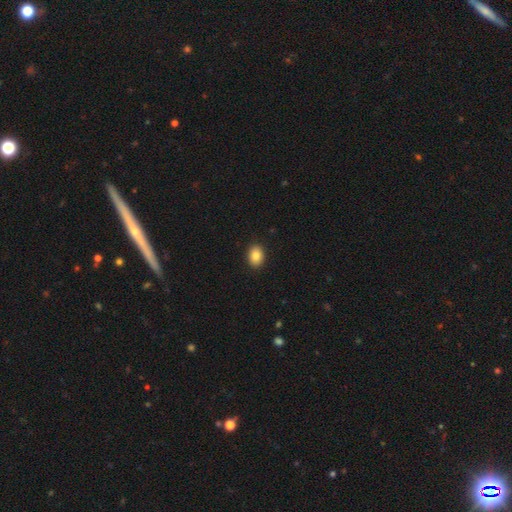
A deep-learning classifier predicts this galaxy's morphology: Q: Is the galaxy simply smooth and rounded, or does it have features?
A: smooth — 86%.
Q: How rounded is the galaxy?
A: in between — 71%.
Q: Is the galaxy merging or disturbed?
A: none — 91%.